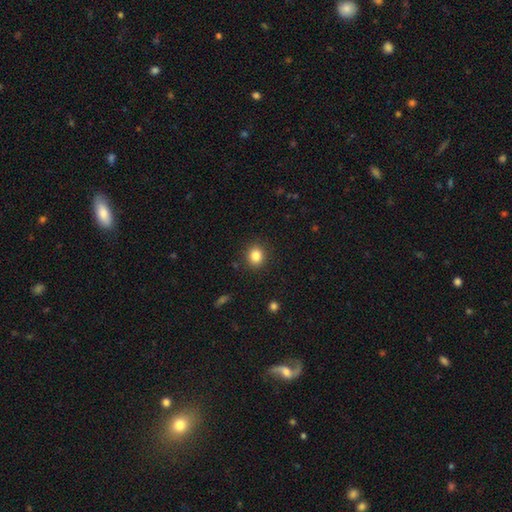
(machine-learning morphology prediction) type=smooth (84%); roundness=round (75%); merging=none (89%).